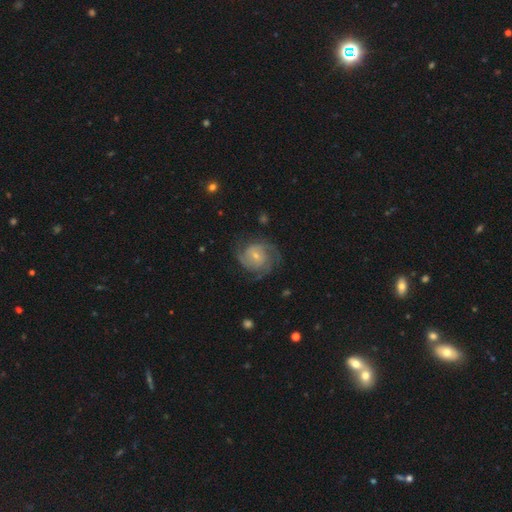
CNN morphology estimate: smooth-or-featured: featured or disk: 80% | smooth: 14% | star or artifact: 6%
  disk-edge-on: no: 98% | yes: 2%
    bar: no: 58% | weak: 35% | strong: 7%
    has-spiral-arms: yes: 95% | no: 5%
      spiral-winding: tight: 44% | medium: 43% | loose: 13%
      spiral-arm-count: 2: 39% | 3: 27% | can't tell: 18% | 4: 7% | 1: 5% | more than 4: 4%
    bulge-size: small: 64% | moderate: 31% | none: 2% | large: 2% | dominant: 1%
  merging: none: 70% | minor disturbance: 18% | major disturbance: 11% | merger: 1%